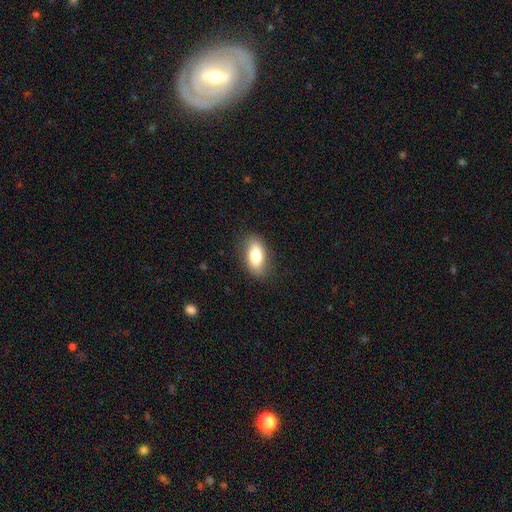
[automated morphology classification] This appears to be a smooth galaxy with no disk features (77%) that is in between round and cigar-shaped (87%). Merging: none (84%).